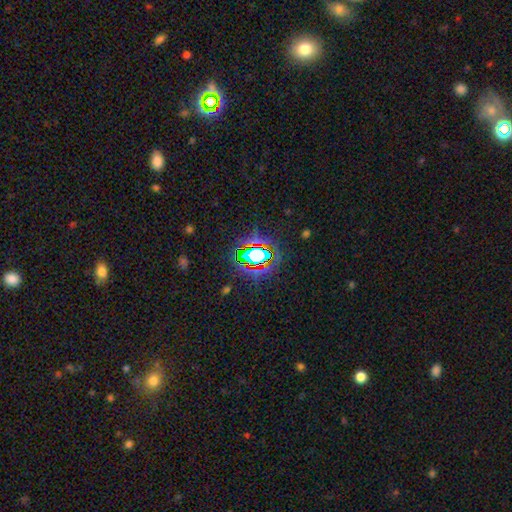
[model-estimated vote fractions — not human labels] This appears to be a star or artifact, not a galaxy (68%).